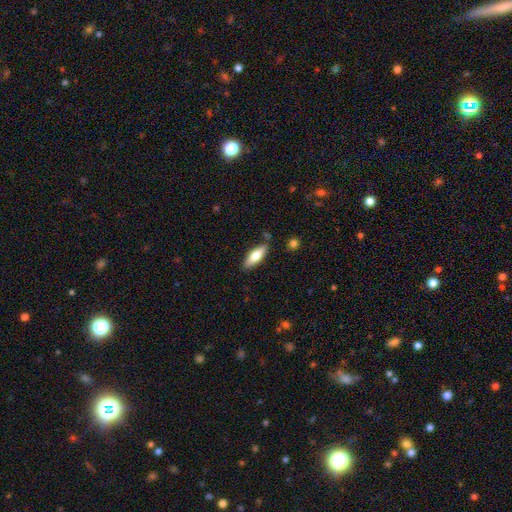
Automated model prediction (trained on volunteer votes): A smooth galaxy with no disk features (69%) that is in between round and cigar-shaped (57%). Merging: none (82%).